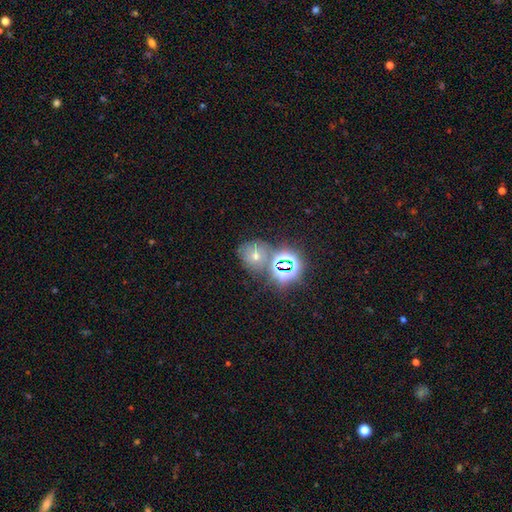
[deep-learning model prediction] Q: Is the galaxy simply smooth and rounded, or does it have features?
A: star or artifact — 54%.